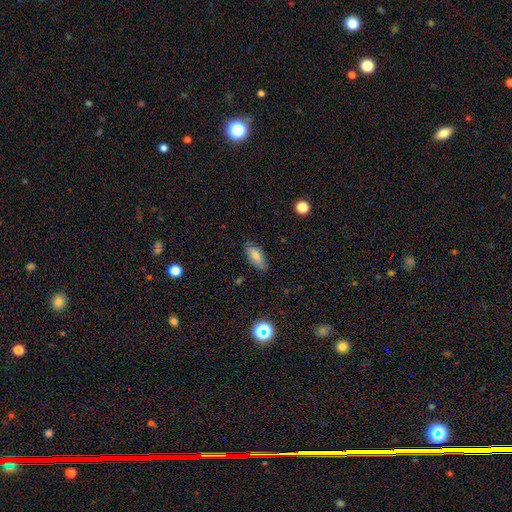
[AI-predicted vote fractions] Overall: smooth (73%). How rounded: in between (88%). Merging: none (81%).